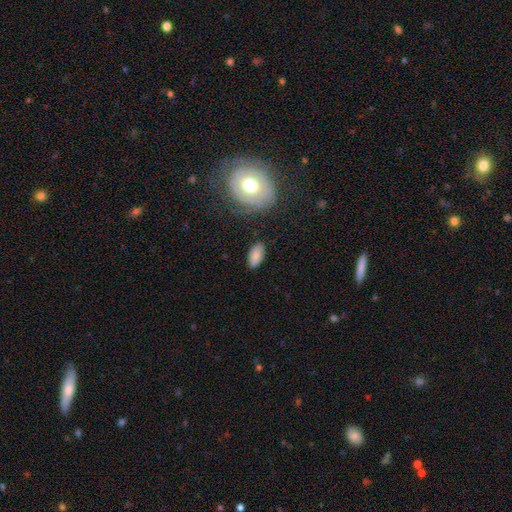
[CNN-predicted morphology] Smooth or featured? smooth (84%)
How rounded? in between (93%)
Merging? none (82%)